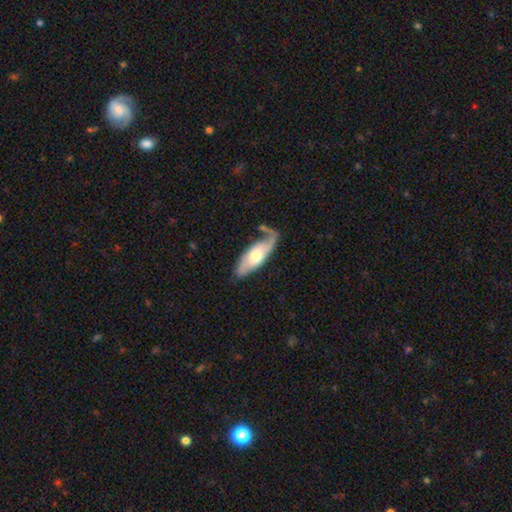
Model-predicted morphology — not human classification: Smooth or featured?
  - featured or disk: 51% *
  - smooth: 44%
  - star or artifact: 5%
Edge-on disk?
  - no: 71% *
  - yes: 29%
Merging?
  - none: 46% *
  - minor disturbance: 26%
  - major disturbance: 17%
  - merger: 10%